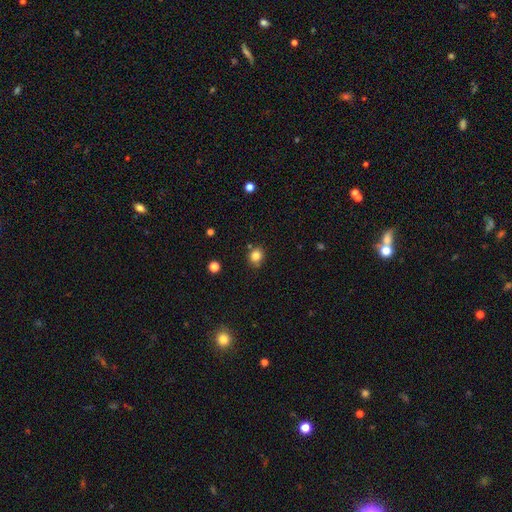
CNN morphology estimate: smooth_or_featured: smooth (p=0.83) [alt: star or artifact p=0.12]
how_rounded: round (p=0.79) [alt: in between p=0.21]
merging: none (p=0.80) [alt: minor disturbance p=0.13]